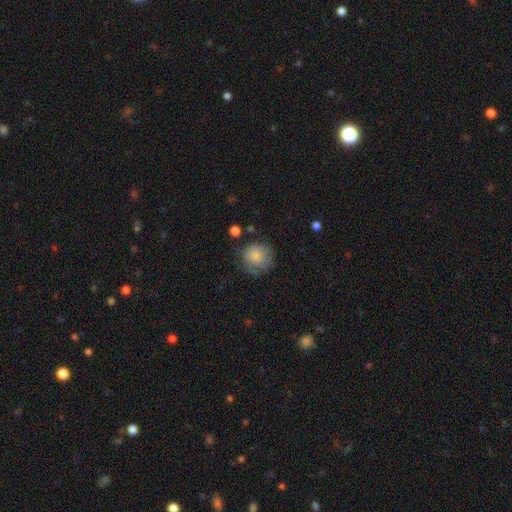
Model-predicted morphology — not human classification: The model was most divided on "merging": none: 62%, minor disturbance: 24%, major disturbance: 11%, merger: 3%. More confident: how rounded — round (87%); smooth or featured — smooth (78%).